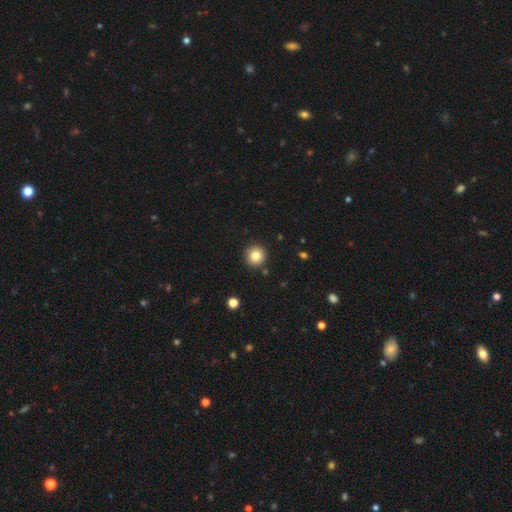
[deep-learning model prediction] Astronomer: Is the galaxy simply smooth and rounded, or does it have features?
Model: smooth — 82%.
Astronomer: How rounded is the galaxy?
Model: round — 95%.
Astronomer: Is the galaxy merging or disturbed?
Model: none — 91%.